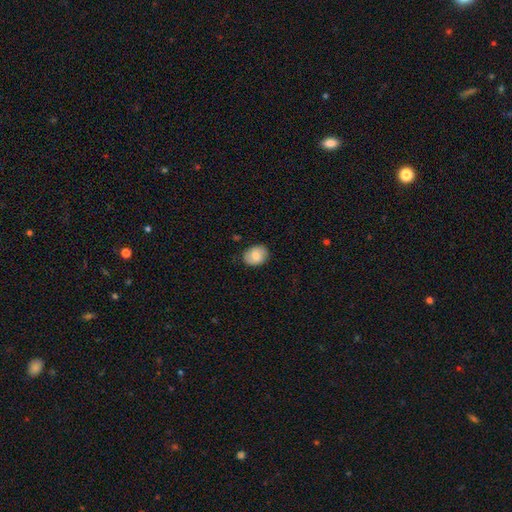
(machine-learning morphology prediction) Overall: smooth (83%). How rounded: in between (58%; round 41%). Merging: none (82%).